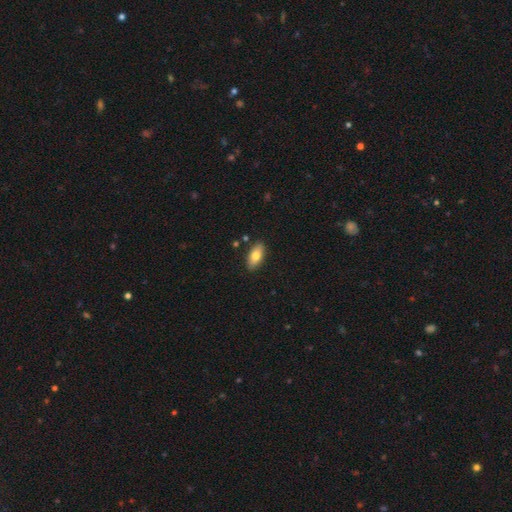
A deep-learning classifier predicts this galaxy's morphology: type=smooth (74%); roundness=in between (87%); merging=none (87%).